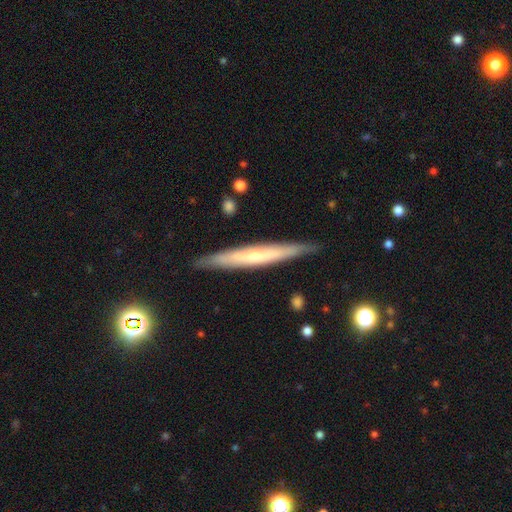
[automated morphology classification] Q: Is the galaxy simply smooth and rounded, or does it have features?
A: featured or disk — 59%.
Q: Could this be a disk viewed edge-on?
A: yes — 92%.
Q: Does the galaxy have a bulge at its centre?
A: none — 48%.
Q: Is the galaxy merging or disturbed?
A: none — 88%.